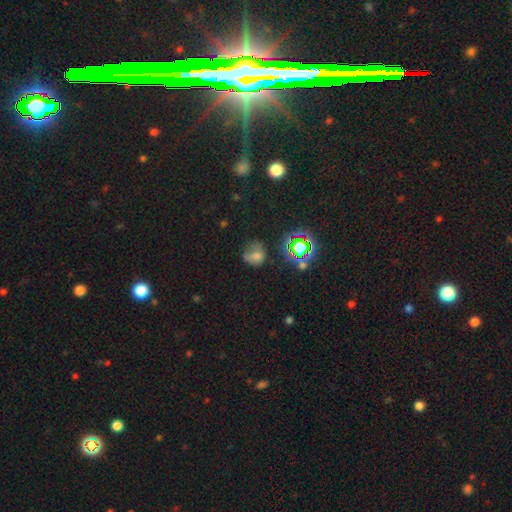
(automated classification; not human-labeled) The model was most divided on "merging": none: 39%, minor disturbance: 28%, major disturbance: 27%, merger: 7%. More confident: how rounded — round (61%); smooth or featured — smooth (57%).